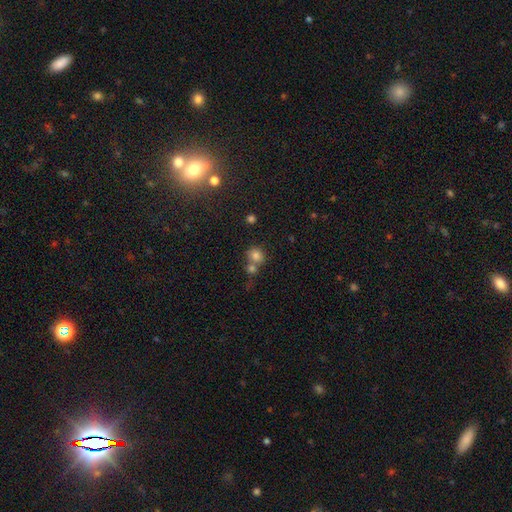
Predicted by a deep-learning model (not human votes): Smooth or featured?
  - smooth: 79% *
  - star or artifact: 12%
  - featured or disk: 9%
How rounded?
  - round: 80% *
  - in between: 19%
  - cigar-shaped: 1%
Merging?
  - none: 48% *
  - merger: 40%
  - minor disturbance: 9%
  - major disturbance: 4%